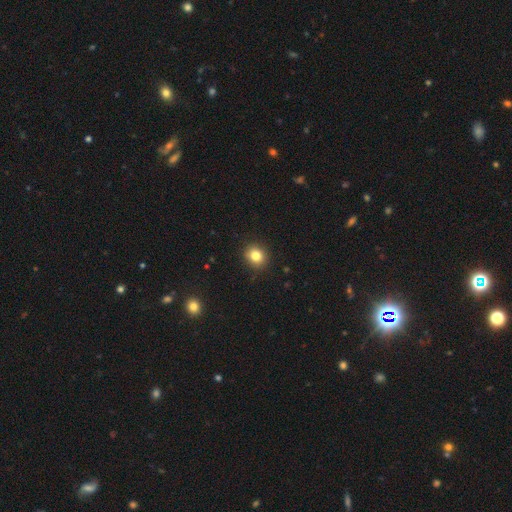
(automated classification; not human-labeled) Q: Smooth or featured?
A: smooth (82%); runner-up: star or artifact (11%)
Q: How rounded?
A: round (78%); runner-up: in between (21%)
Q: Merging?
A: none (90%); runner-up: minor disturbance (7%)